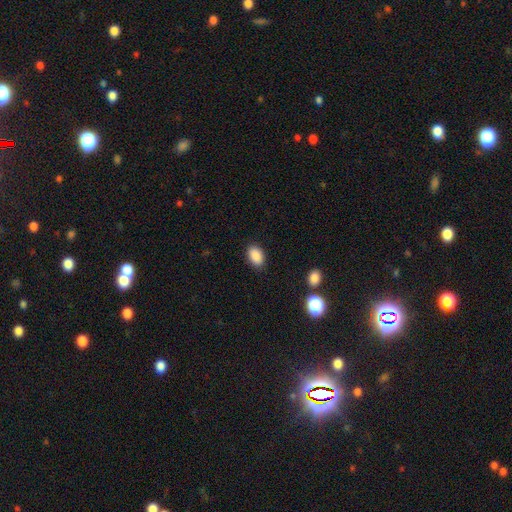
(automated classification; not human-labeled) smooth_or_featured: smooth (p=0.89) [alt: star or artifact p=0.08]
how_rounded: in between (p=0.87) [alt: round p=0.12]
merging: none (p=0.87) [alt: minor disturbance p=0.09]